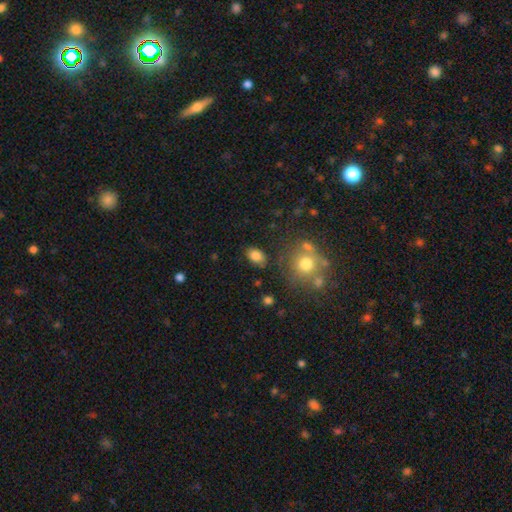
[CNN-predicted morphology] type=smooth (82%); roundness=in between (85%); merging=none (77%).